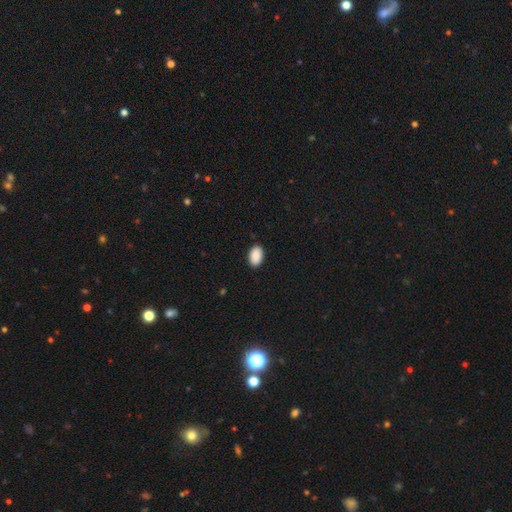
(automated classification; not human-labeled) Smooth or featured? smooth (90%)
How rounded? in between (91%)
Merging? none (89%)